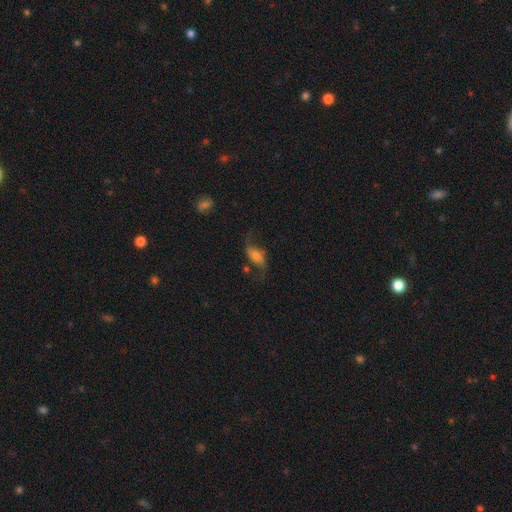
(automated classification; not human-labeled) Q: Smooth or featured?
A: featured or disk (59%); runner-up: smooth (32%)
Q: Edge-on disk?
A: no (91%); runner-up: yes (9%)
Q: Bar?
A: no (49%); runner-up: weak (33%)
Q: Spiral arms?
A: yes (87%); runner-up: no (13%)
Q: Bulge size?
A: small (39%); tied with: moderate (39%)
Q: Merging?
A: none (57%); runner-up: minor disturbance (20%)